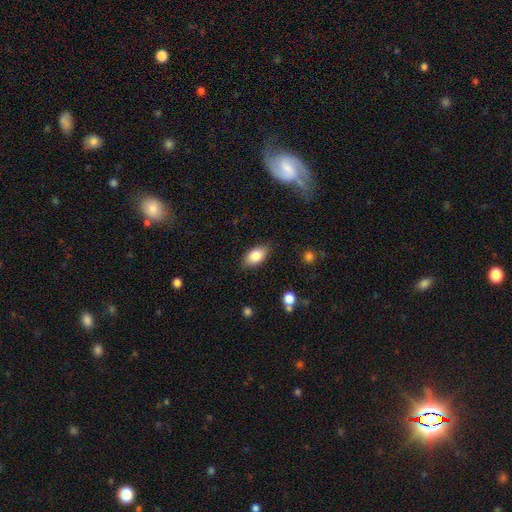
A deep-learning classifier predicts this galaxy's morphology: smooth 83%, featured or disk 10%, star or artifact 7%. Down the decision tree: how rounded — in between (91%); merging — none (83%).